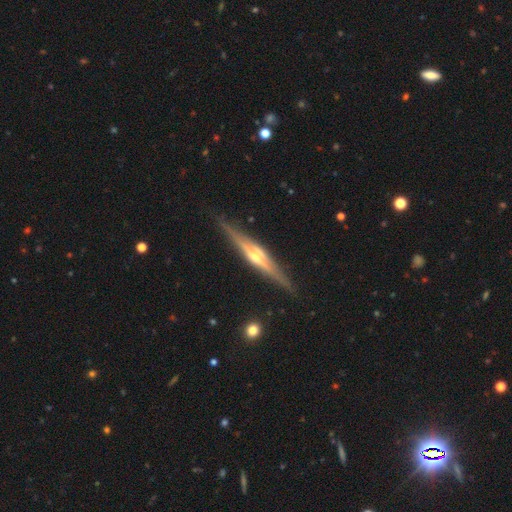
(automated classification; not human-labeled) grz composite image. It shows a featured or disk galaxy (84%) viewed edge-on (98%) with a rounded central bulge (83%). Merging: none (89%).